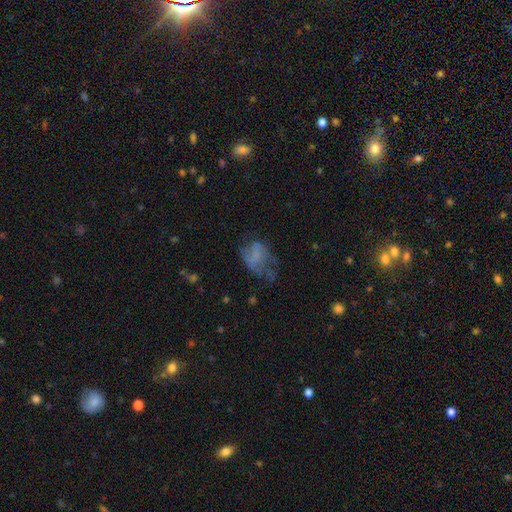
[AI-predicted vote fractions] smooth_or_featured: smooth (p=0.43) [alt: featured or disk p=0.41]
merging: major disturbance (p=0.41) [alt: none p=0.31]